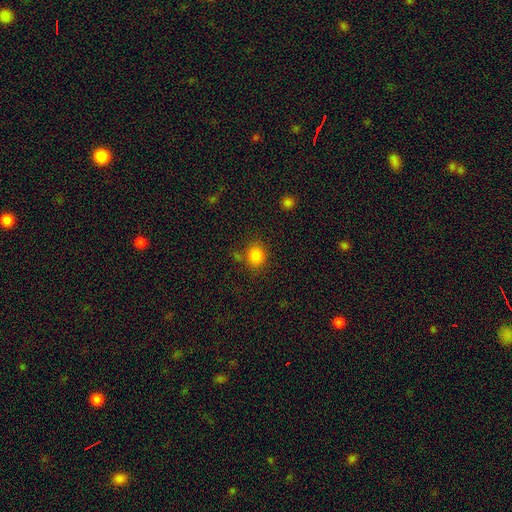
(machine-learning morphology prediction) type=smooth (84%); roundness=round (77%); merging=none (75%).